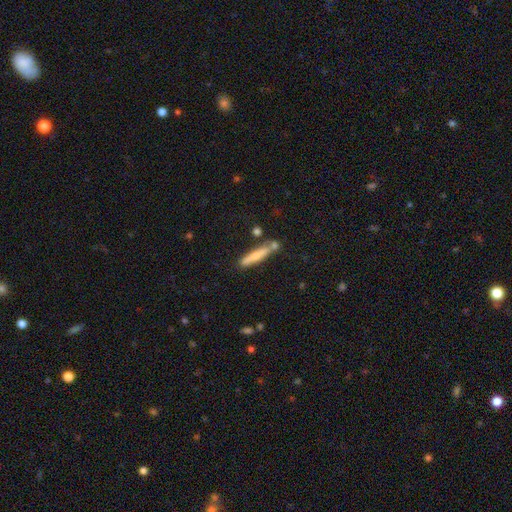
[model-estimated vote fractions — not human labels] Smooth or featured? Predicted: smooth (p=0.65). How rounded? Predicted: cigar-shaped (p=0.91). Merging? Predicted: none (p=0.71).